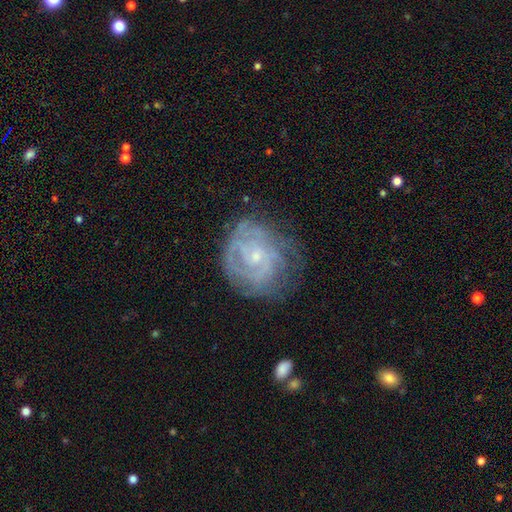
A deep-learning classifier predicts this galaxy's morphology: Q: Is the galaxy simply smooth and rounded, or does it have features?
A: featured or disk — 80%.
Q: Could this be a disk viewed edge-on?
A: no — 98%.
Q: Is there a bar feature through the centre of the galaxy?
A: no — 67%.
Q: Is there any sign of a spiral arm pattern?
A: yes — 90%.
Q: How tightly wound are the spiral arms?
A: tight — 70%.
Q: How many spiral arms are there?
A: can't tell — 43%.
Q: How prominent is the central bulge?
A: small — 76%.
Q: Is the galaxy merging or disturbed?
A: none — 65%.